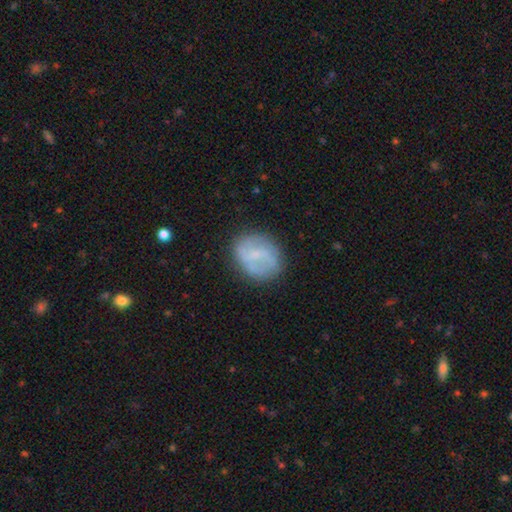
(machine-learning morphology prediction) Smooth or featured: featured or disk — 49% (smooth — 44%)
Merging: none — 75% (minor disturbance — 17%)